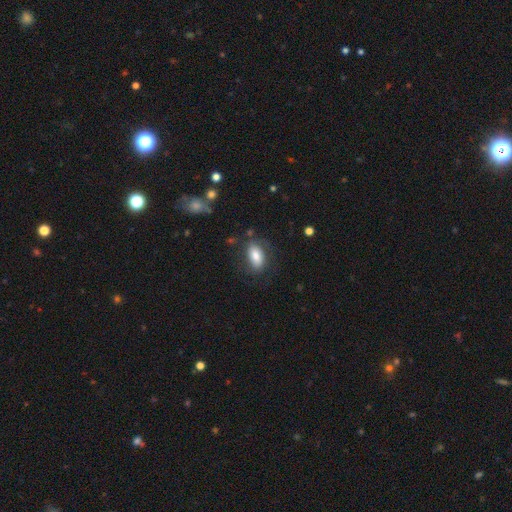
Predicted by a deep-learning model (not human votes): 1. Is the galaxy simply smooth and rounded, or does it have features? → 76% smooth, 18% featured or disk, 7% star or artifact.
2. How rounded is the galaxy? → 91% in between, 5% round, 4% cigar-shaped.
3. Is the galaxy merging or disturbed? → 70% none, 18% minor disturbance, 10% major disturbance, 2% merger.